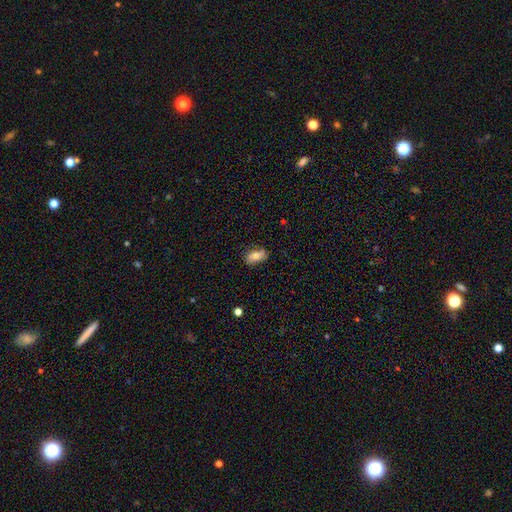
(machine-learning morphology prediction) Overall: smooth (70%). How rounded: in between (89%). Merging: none (75%).